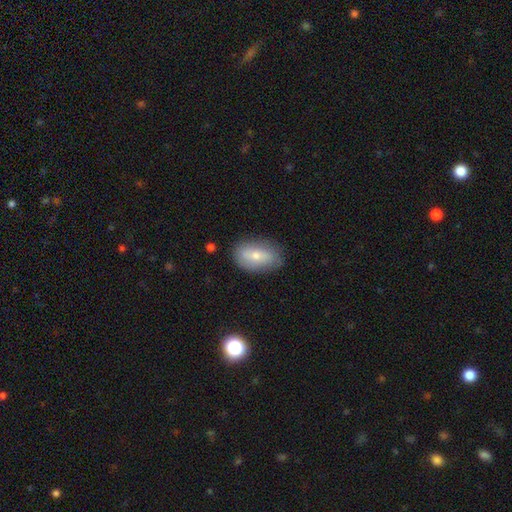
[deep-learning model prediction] smooth 68%, featured or disk 25%, star or artifact 7%. Down the decision tree: how rounded — in between (88%); merging — none (80%).